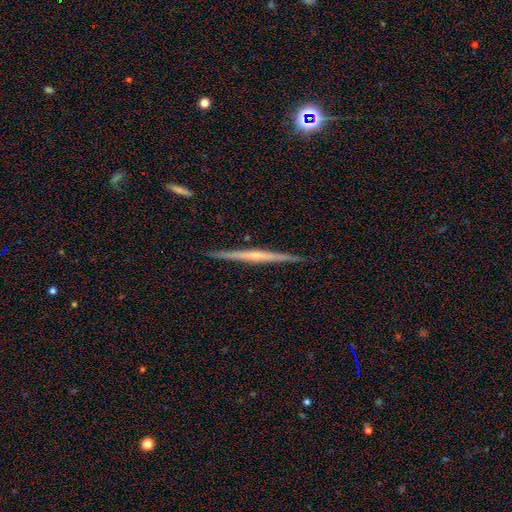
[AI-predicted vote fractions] This appears to be a featured or disk galaxy (73%) viewed edge-on (98%) with no central bulge (47%). Merging: none (91%).